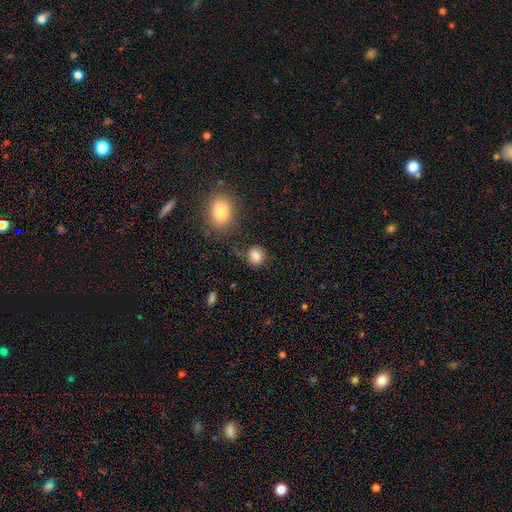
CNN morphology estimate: type=smooth (85%); roundness=round (83%); merging=none (81%).